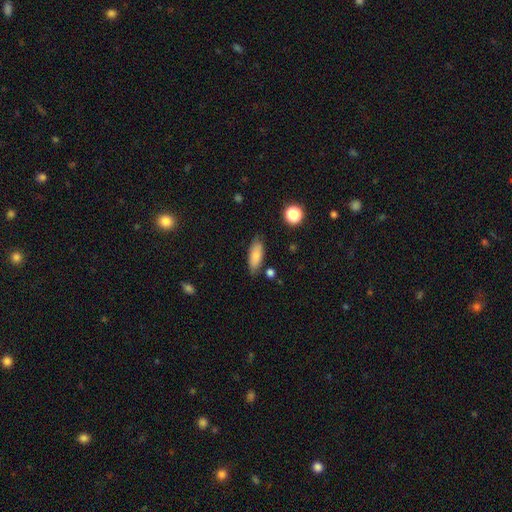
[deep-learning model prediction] A smooth galaxy with no disk features (82%) that is in between round and cigar-shaped (73%).

Vote fractions:
- Smooth or featured? smooth: 82% / featured or disk: 11% / star or artifact: 7%
- How rounded? in between: 73% / cigar-shaped: 24% / round: 3%
- Merging? none: 77% / minor disturbance: 16% / major disturbance: 3% / merger: 3%